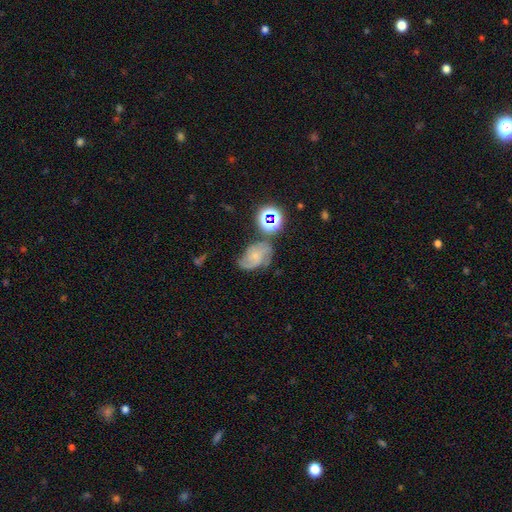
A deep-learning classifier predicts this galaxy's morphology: Smooth or featured?
  - featured or disk: 66% *
  - smooth: 20%
  - star or artifact: 15%
Edge-on disk?
  - no: 97% *
  - yes: 3%
Bar?
  - no: 71% *
  - weak: 24%
  - strong: 5%
Spiral arms?
  - yes: 93% *
  - no: 7%
Spiral winding?
  - medium: 47% *
  - tight: 33%
  - loose: 20%
Spiral arm count?
  - 2: 48% *
  - 3: 21%
  - can't tell: 18%
  - 1: 6%
  - 4: 4%
  - more than 4: 3%
Bulge size?
  - small: 69% *
  - moderate: 21%
  - none: 7%
  - large: 2%
  - dominant: 1%
Merging?
  - none: 52% *
  - minor disturbance: 27%
  - major disturbance: 13%
  - merger: 7%